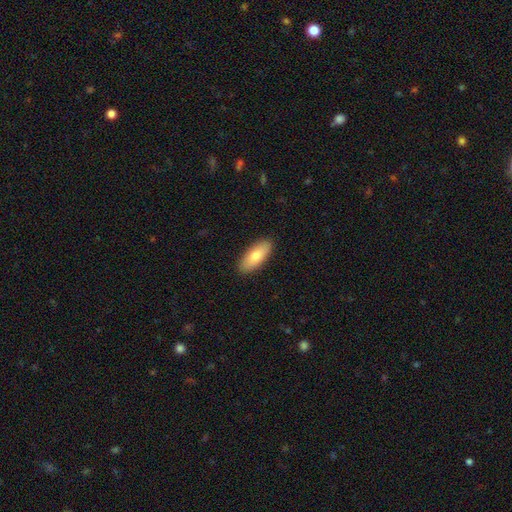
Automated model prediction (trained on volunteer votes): A smooth galaxy with no disk features (78%) that is in between round and cigar-shaped (80%). Merging: none (90%).